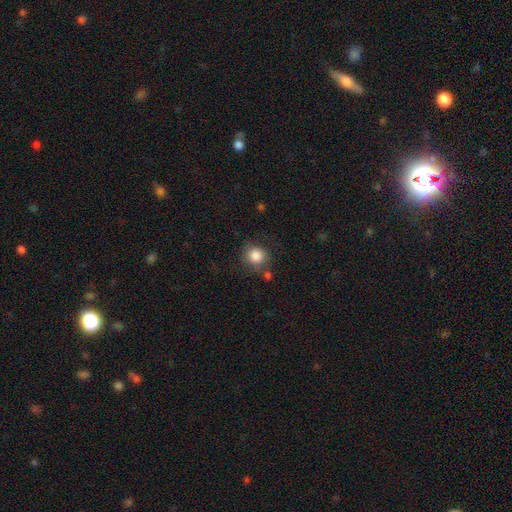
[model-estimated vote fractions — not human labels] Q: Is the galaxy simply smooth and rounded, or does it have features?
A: smooth — 85%.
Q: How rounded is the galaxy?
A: round — 87%.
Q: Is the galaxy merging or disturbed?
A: none — 75%.